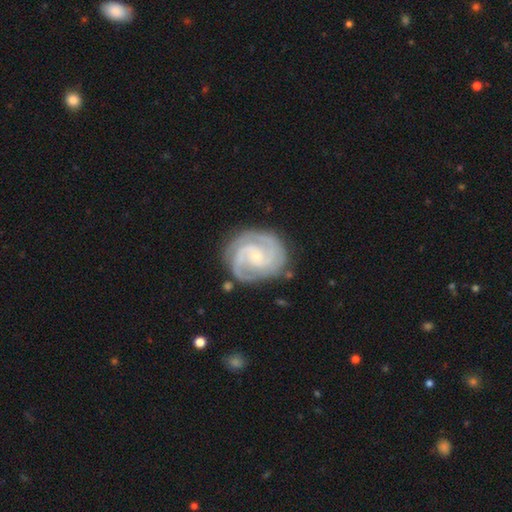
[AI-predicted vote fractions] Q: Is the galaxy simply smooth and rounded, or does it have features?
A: featured or disk — 92%.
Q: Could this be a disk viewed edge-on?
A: no — 98%.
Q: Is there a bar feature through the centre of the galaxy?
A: no — 58%.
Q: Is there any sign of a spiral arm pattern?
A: yes — 98%.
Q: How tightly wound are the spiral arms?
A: tight — 62%.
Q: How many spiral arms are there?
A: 2 — 63%.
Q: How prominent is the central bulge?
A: small — 74%.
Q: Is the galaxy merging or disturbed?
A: none — 79%.